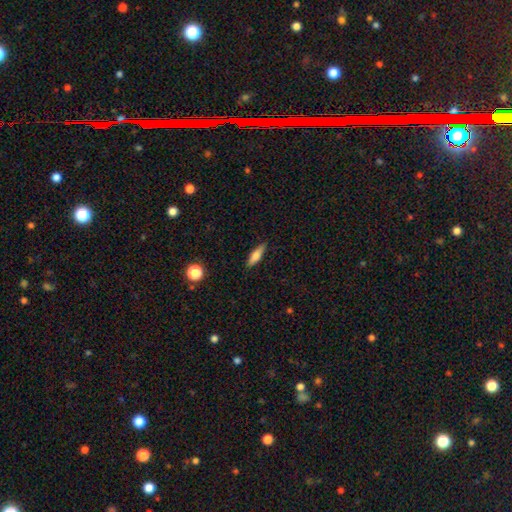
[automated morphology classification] Smooth or featured: smooth — 69% (featured or disk — 23%)
How rounded: cigar-shaped — 61% (in between — 36%)
Merging: none — 87% (minor disturbance — 9%)